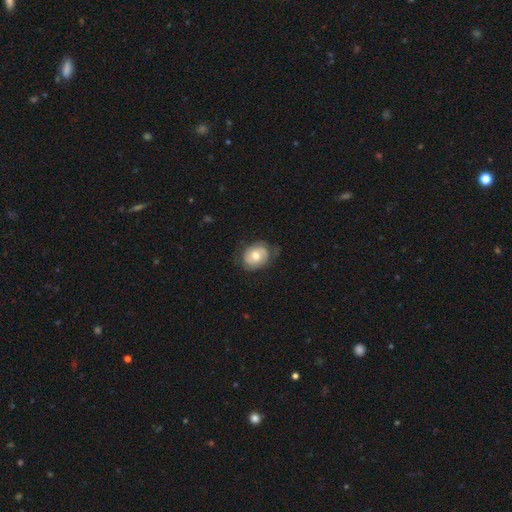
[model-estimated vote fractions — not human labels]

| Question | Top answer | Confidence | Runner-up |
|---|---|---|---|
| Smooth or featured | featured or disk | 53% | smooth (40%) |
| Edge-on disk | no | 97% | yes (3%) |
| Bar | no | 68% | weak (26%) |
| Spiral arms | yes | 74% | no (26%) |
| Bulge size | moderate | 73% | small (20%) |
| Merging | none | 71% | minor disturbance (20%) |